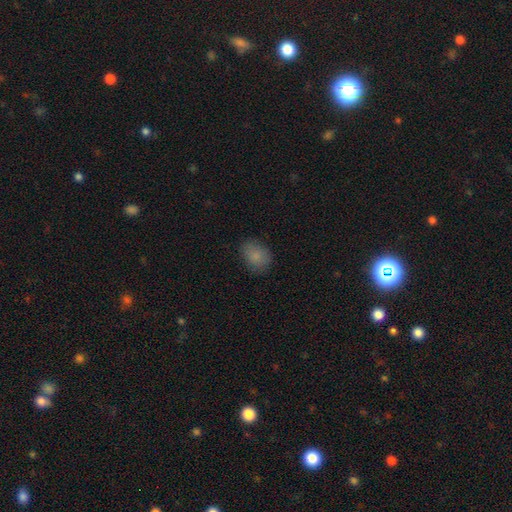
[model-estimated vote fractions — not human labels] Smooth or featured? Predicted: smooth (p=0.84). How rounded? Predicted: in between (p=0.66). Merging? Predicted: none (p=0.80).